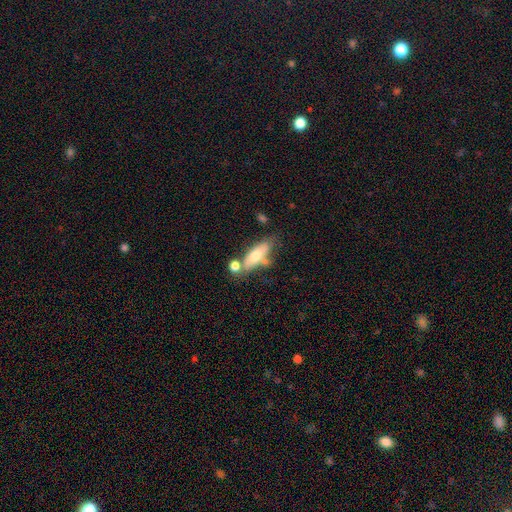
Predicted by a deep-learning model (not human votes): Smooth or featured? Predicted: smooth (p=0.59). How rounded? Predicted: in between (p=0.62). Merging? Predicted: none (p=0.48).